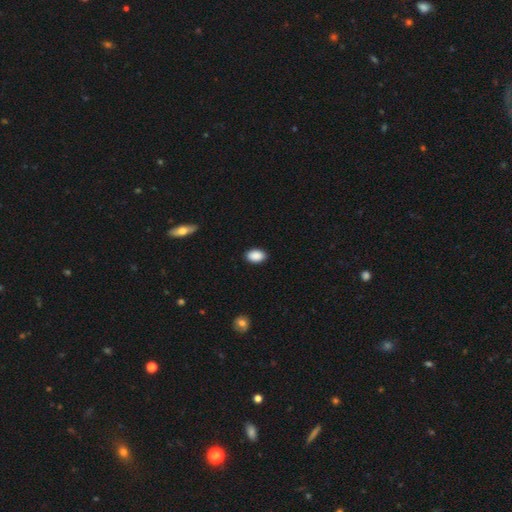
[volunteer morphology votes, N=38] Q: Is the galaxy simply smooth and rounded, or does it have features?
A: smooth — 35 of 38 (92%).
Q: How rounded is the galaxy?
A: in between — 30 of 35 (86%).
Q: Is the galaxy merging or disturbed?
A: none — 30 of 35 (86%).